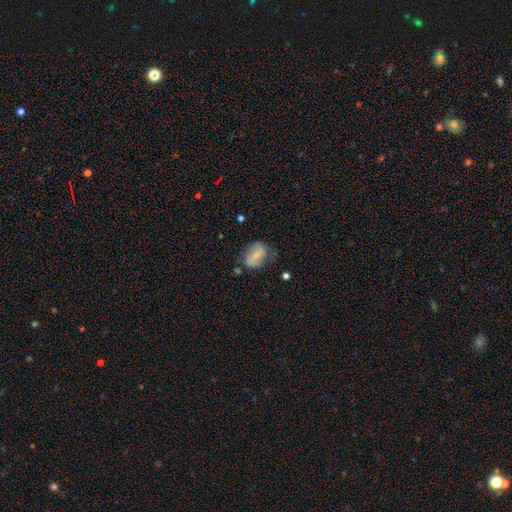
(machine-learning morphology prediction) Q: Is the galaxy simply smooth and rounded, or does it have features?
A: smooth — 57%.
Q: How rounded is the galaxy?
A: in between — 76%.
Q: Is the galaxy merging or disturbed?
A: none — 53%.